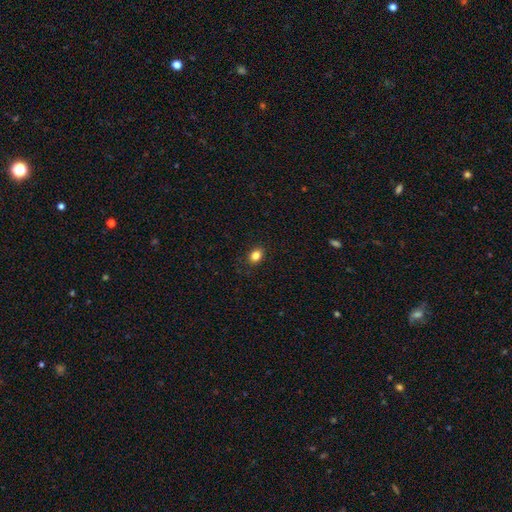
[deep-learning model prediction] smooth-or-featured: smooth: 84% | star or artifact: 11% | featured or disk: 5%
  how-rounded: in between: 57% | round: 42% | cigar-shaped: 1%
  merging: none: 88% | minor disturbance: 9% | major disturbance: 2% | merger: 1%